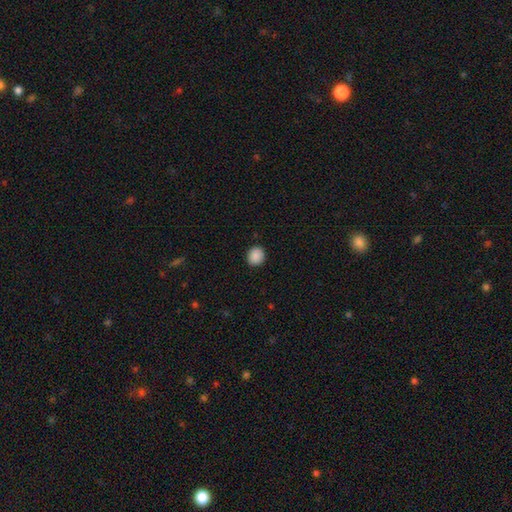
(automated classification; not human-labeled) The model was most divided on "how rounded": round: 83%, in between: 16%, cigar-shaped: 1%. More confident: merging — none (91%); smooth or featured — smooth (89%).